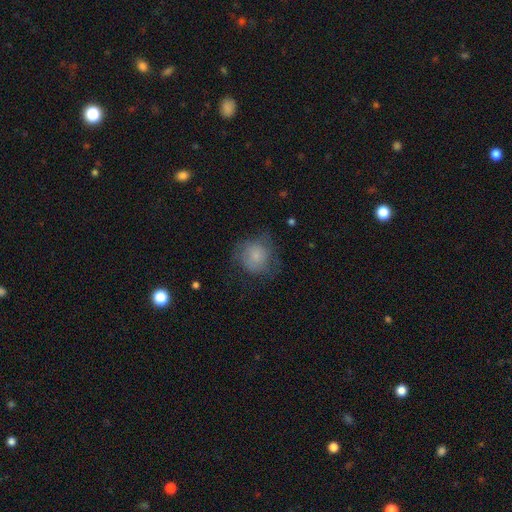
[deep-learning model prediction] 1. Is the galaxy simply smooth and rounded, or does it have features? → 72% smooth, 19% featured or disk, 9% star or artifact.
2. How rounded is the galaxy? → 84% round, 15% in between, 1% cigar-shaped.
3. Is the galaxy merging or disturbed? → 55% none, 27% minor disturbance, 17% major disturbance, 1% merger.